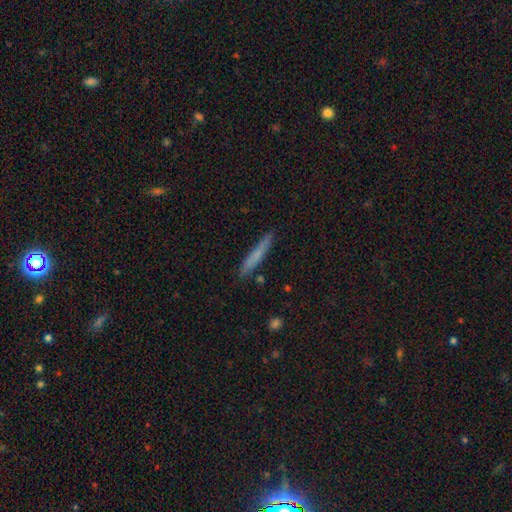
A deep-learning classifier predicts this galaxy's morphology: A smooth galaxy with no disk features (68%) that is cigar-shaped (95%). Merging: none (85%).